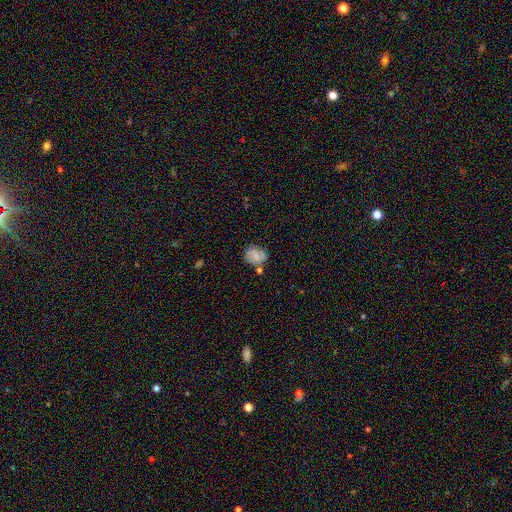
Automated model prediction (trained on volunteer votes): Smooth or featured: smooth — 57% (featured or disk — 33%)
How rounded: round — 57% (in between — 42%)
Merging: none — 67% (minor disturbance — 19%)